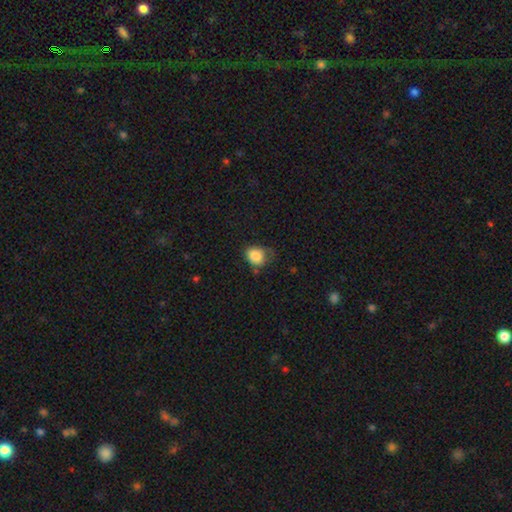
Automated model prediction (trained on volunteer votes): smooth-or-featured: smooth: 84% | star or artifact: 9% | featured or disk: 7%
  how-rounded: round: 51% | in between: 48% | cigar-shaped: 1%
  merging: none: 53% | minor disturbance: 33% | major disturbance: 11% | merger: 3%